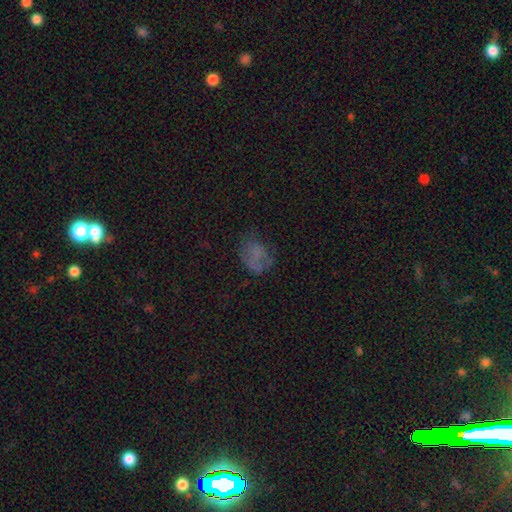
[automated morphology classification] Overall: smooth (54%; featured or disk 26%). How rounded: in between (64%; round 35%). Merging: none (48%; minor disturbance 25%).